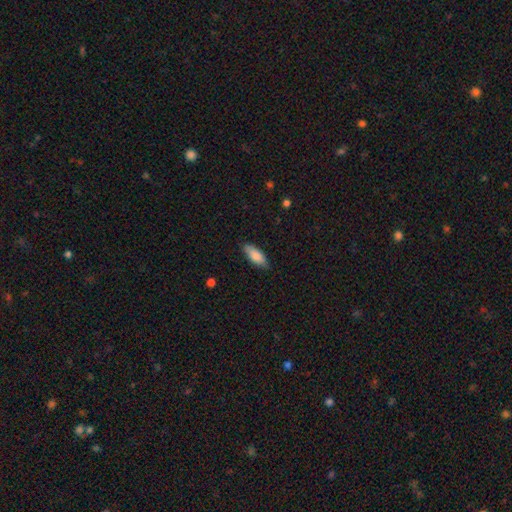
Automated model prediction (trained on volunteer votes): This appears to be a smooth galaxy with no disk features (83%) that is in between round and cigar-shaped (75%). Merging: none (80%).